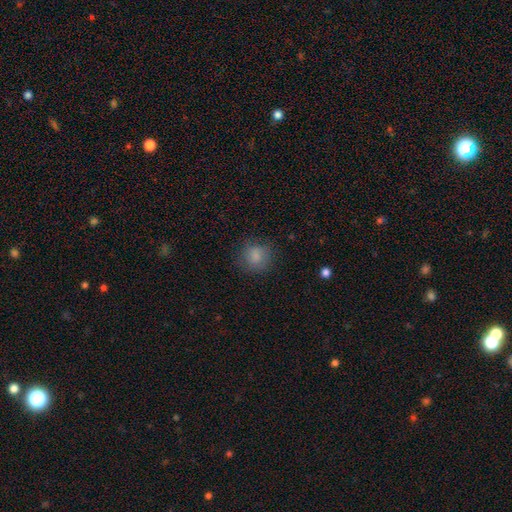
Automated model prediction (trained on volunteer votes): This appears to be a smooth galaxy with no disk features (82%) that is round (85%). Merging: none (79%).